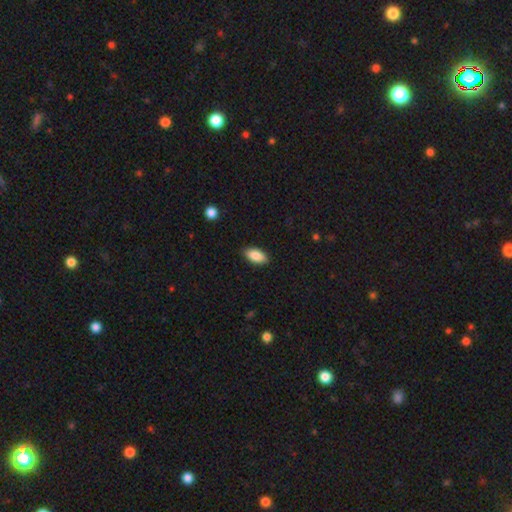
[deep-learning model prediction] smooth_or_featured: smooth (p=0.88) [alt: star or artifact p=0.07]
how_rounded: in between (p=0.92) [alt: cigar-shaped p=0.06]
merging: none (p=0.86) [alt: minor disturbance p=0.11]